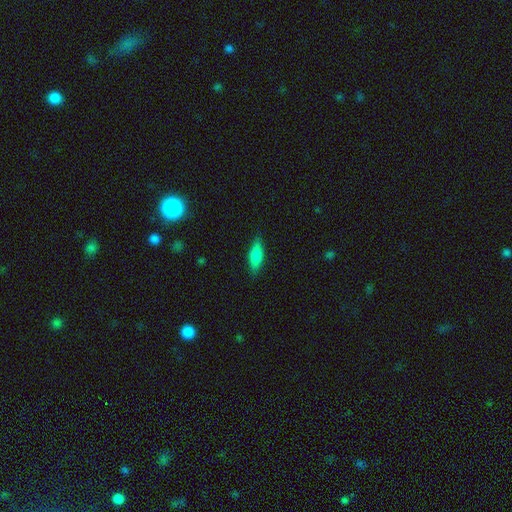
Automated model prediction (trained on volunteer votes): Overall: smooth (78%). How rounded: in between (55%; cigar-shaped 43%). Merging: none (86%).